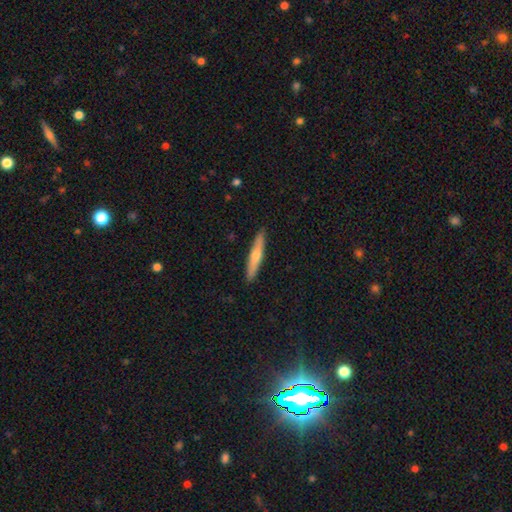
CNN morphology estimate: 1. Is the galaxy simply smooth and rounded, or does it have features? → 48% featured or disk, 45% smooth, 7% star or artifact.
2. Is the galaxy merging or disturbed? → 91% none, 7% minor disturbance, 1% major disturbance, 1% merger.